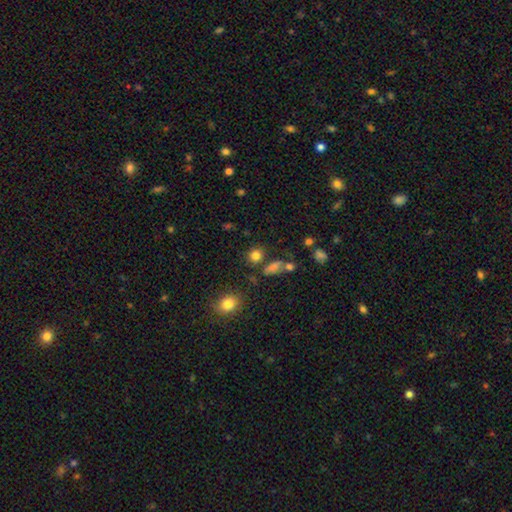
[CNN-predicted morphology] Smooth or featured?
  - smooth: 81% *
  - star or artifact: 13%
  - featured or disk: 6%
How rounded?
  - round: 73% *
  - in between: 25%
  - cigar-shaped: 2%
Merging?
  - none: 75% *
  - minor disturbance: 11%
  - merger: 9%
  - major disturbance: 4%